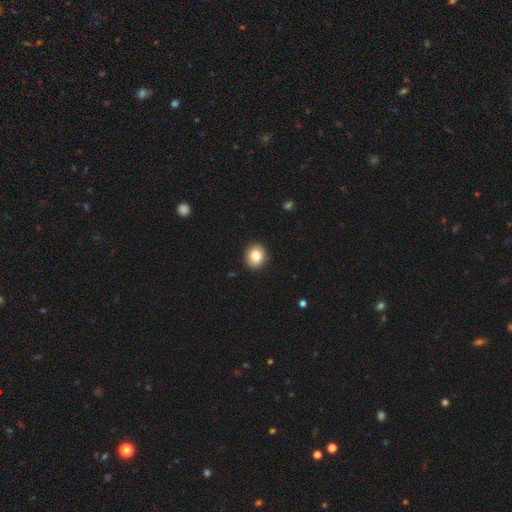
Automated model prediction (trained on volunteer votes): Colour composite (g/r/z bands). It shows a smooth galaxy with no disk features (82%) that is round (81%). Merging: none (92%).